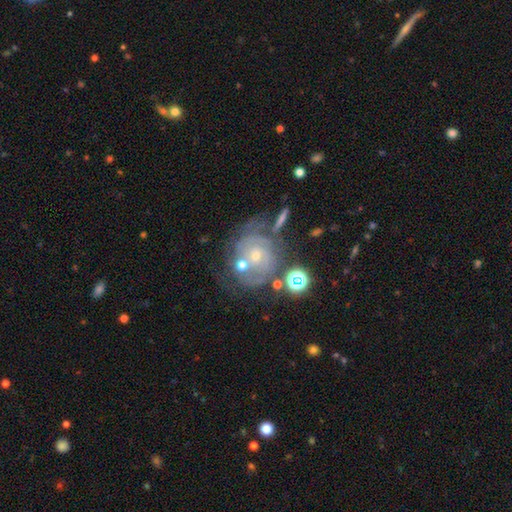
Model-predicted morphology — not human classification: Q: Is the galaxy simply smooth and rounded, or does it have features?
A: featured or disk — 77%.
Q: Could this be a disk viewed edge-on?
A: no — 97%.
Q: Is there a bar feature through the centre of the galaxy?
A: no — 76%.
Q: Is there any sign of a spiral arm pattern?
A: yes — 87%.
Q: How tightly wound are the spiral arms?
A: tight — 71%.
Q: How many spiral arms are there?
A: can't tell — 45%.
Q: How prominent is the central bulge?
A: small — 68%.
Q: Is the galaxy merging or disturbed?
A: none — 54%.